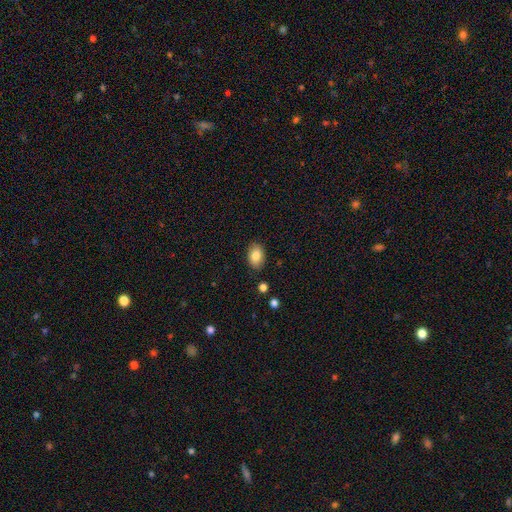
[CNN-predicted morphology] Smooth or featured: smooth — 83% (featured or disk — 9%)
How rounded: in between — 85% (round — 14%)
Merging: none — 86% (minor disturbance — 10%)